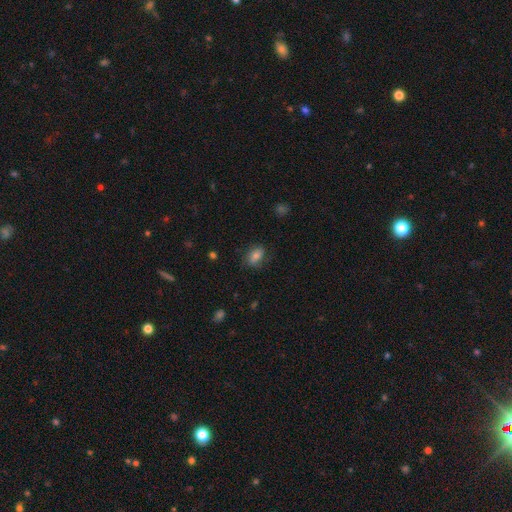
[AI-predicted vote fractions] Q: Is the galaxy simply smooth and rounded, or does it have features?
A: smooth — 68%.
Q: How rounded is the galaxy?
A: in between — 78%.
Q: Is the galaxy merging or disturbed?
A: none — 70%.